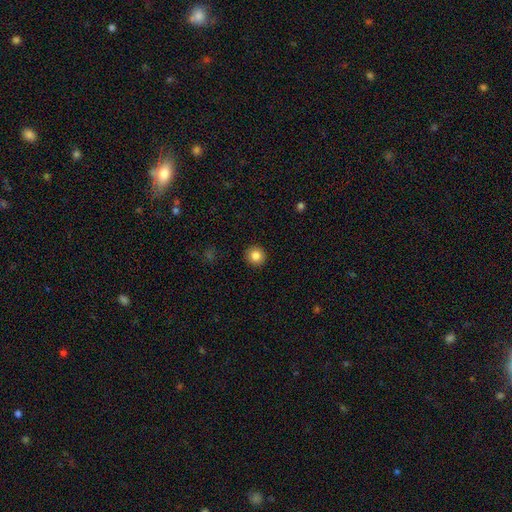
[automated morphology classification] Overall: smooth (85%). How rounded: round (95%). Merging: none (93%).